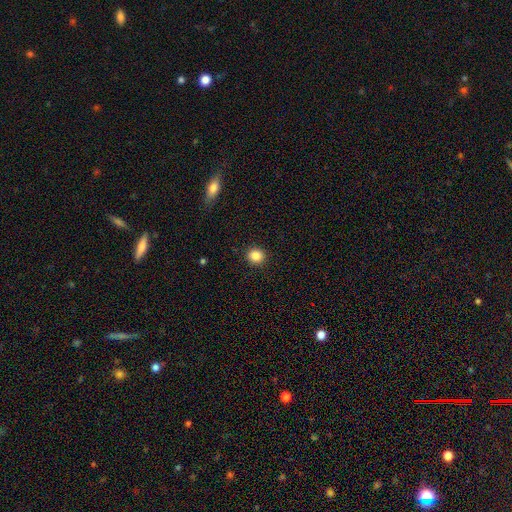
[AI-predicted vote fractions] Q: Smooth or featured?
A: smooth (86%); runner-up: star or artifact (10%)
Q: How rounded?
A: round (87%); runner-up: in between (13%)
Q: Merging?
A: none (92%); runner-up: minor disturbance (5%)